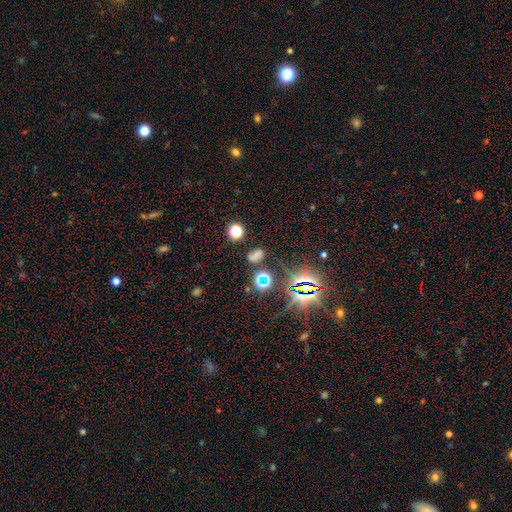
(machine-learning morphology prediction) A star or artifact, not a galaxy (45%).